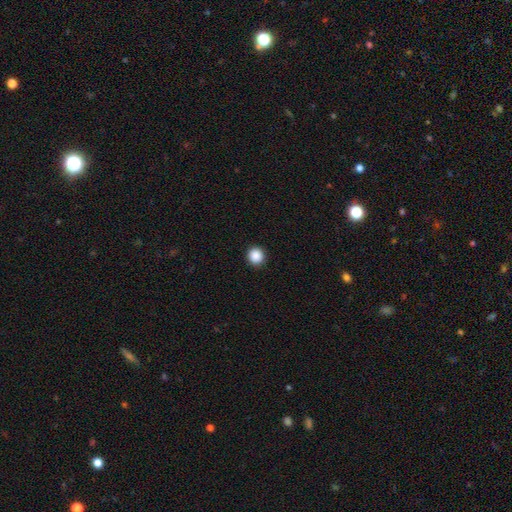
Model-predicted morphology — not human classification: Overall: smooth (89%). How rounded: round (89%). Merging: none (92%).